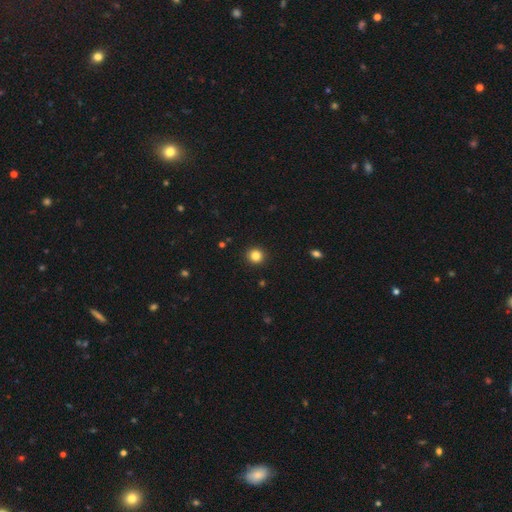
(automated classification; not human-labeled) Q: Smooth or featured?
A: smooth (84%); runner-up: star or artifact (12%)
Q: How rounded?
A: round (92%); runner-up: in between (7%)
Q: Merging?
A: none (92%); runner-up: minor disturbance (5%)